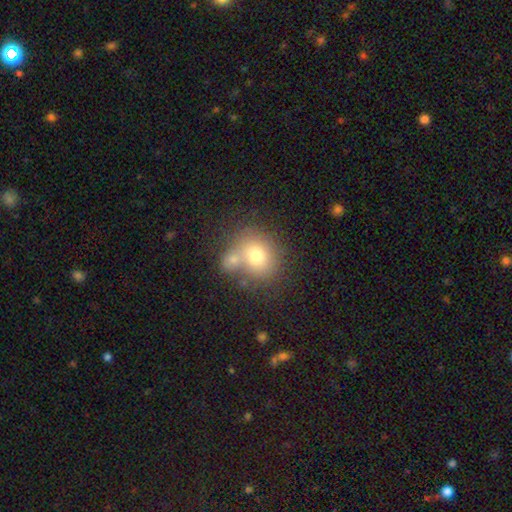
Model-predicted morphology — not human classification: Smooth or featured? Predicted: smooth (p=0.72). How rounded? Predicted: round (p=0.72). Merging? Predicted: none (p=0.46).